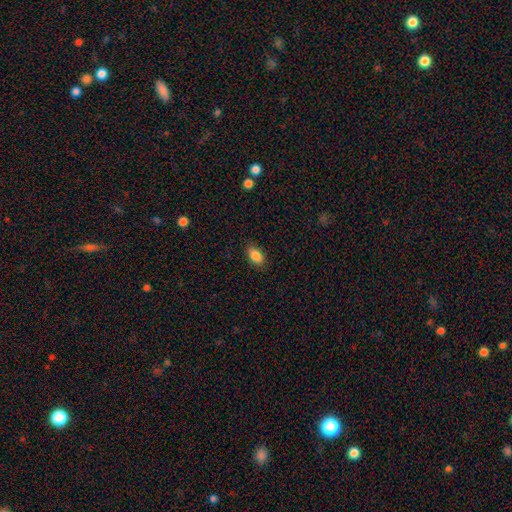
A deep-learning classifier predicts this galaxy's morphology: A smooth galaxy with no disk features (86%) that is in between round and cigar-shaped (91%). Merging: none (87%).